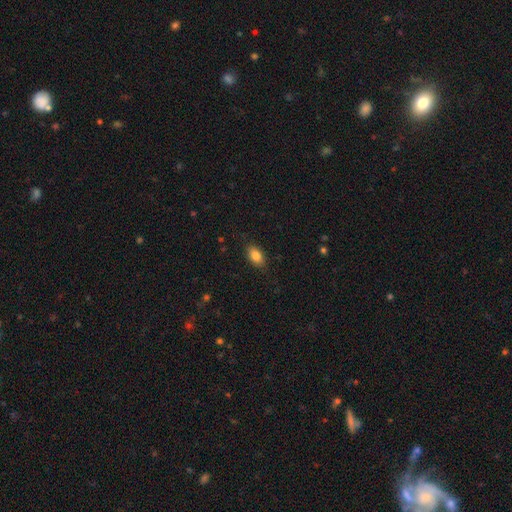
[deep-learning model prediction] Smooth or featured?
  - smooth: 85% *
  - star or artifact: 8%
  - featured or disk: 7%
How rounded?
  - in between: 89% *
  - round: 8%
  - cigar-shaped: 3%
Merging?
  - none: 86% *
  - minor disturbance: 11%
  - major disturbance: 3%
  - merger: 1%